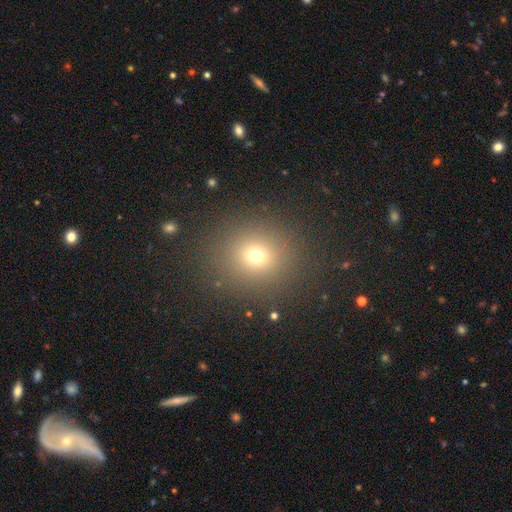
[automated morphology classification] smooth 69%, star or artifact 22%, featured or disk 9%. Down the decision tree: how rounded — round (87%); merging — none (88%).